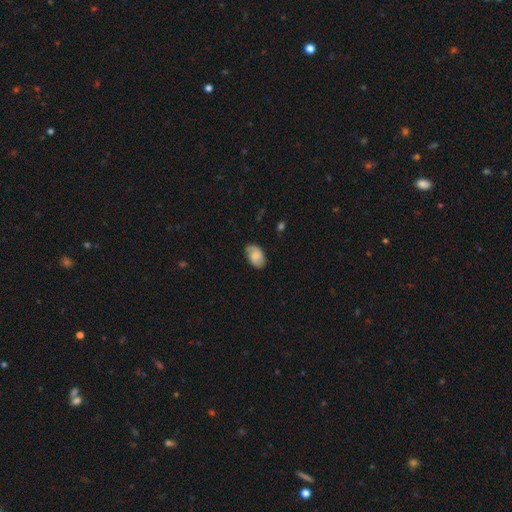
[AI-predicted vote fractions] This appears to be a smooth galaxy with no disk features (68%) that is in between round and cigar-shaped (89%). Merging: none (73%).